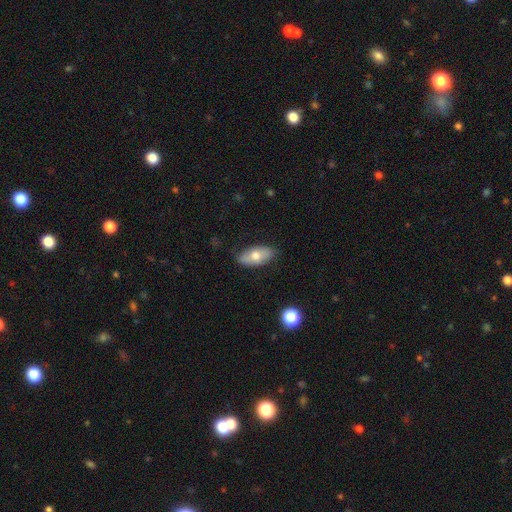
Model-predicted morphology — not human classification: This is likely a smooth galaxy (68%). How rounded: clearly in between (91%). Merging: likely none (79%).